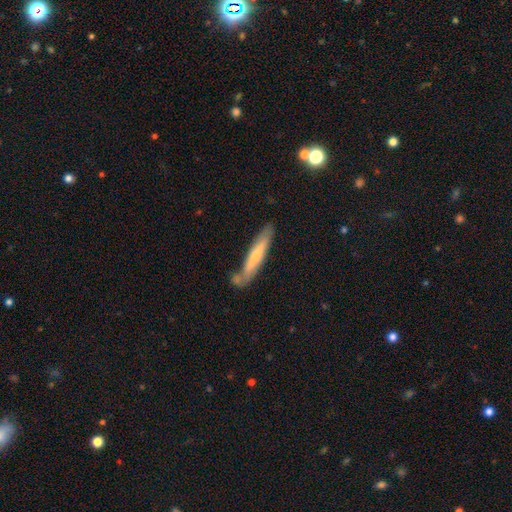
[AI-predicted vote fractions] smooth_or_featured: smooth (p=0.56) [alt: featured or disk p=0.39]
how_rounded: cigar-shaped (p=0.92) [alt: in between p=0.07]
merging: none (p=0.69) [alt: minor disturbance p=0.18]